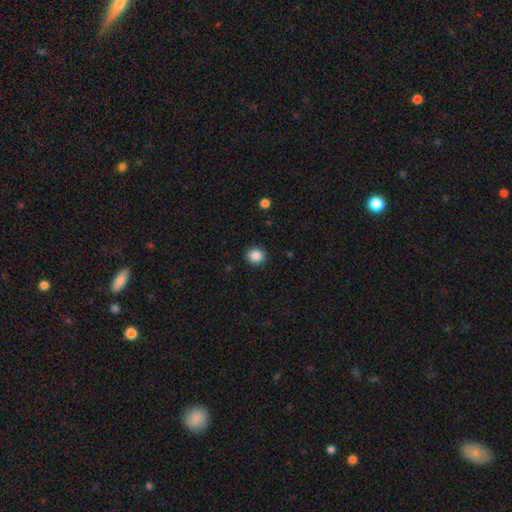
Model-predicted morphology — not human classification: Smooth or featured: smooth — 87% (star or artifact — 10%)
How rounded: round — 83% (in between — 16%)
Merging: none — 91% (minor disturbance — 6%)